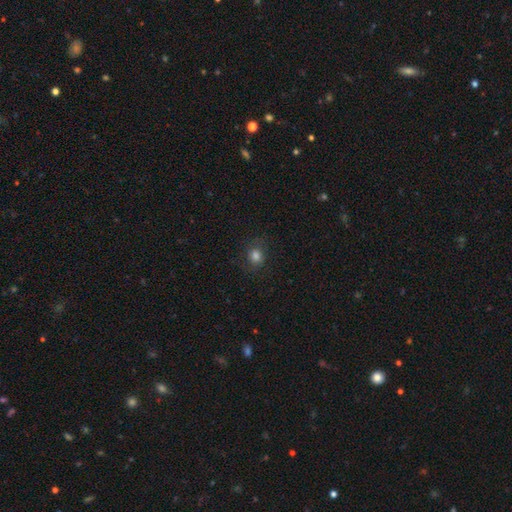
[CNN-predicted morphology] smooth_or_featured: smooth (p=0.80) [alt: star or artifact p=0.14]
how_rounded: round (p=0.70) [alt: in between p=0.29]
merging: none (p=0.80) [alt: minor disturbance p=0.14]